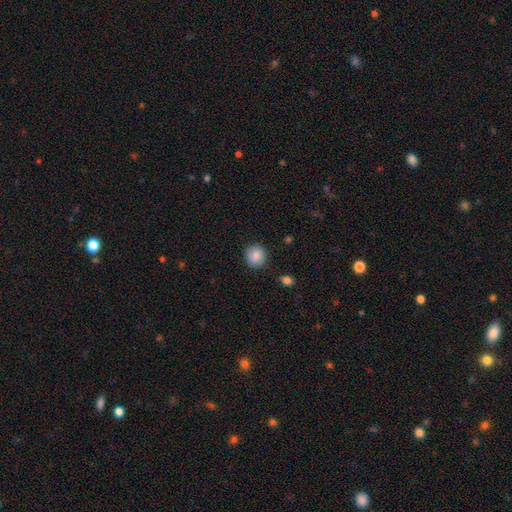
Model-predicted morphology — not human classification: A smooth galaxy with no disk features (86%) that is round (88%).

Vote fractions:
- Smooth or featured? smooth: 86% / star or artifact: 8% / featured or disk: 6%
- How rounded? round: 88% / in between: 11% / cigar-shaped: 1%
- Merging? none: 87% / minor disturbance: 9% / major disturbance: 2% / merger: 1%